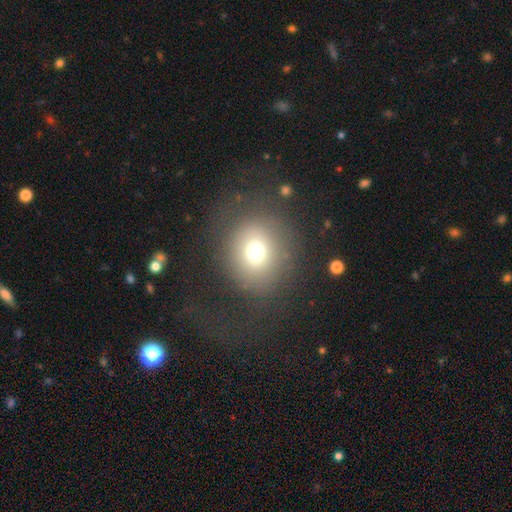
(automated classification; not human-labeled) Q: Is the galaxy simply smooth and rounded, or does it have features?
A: smooth — 70%.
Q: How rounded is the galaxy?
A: round — 80%.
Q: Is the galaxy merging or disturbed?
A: none — 73%.